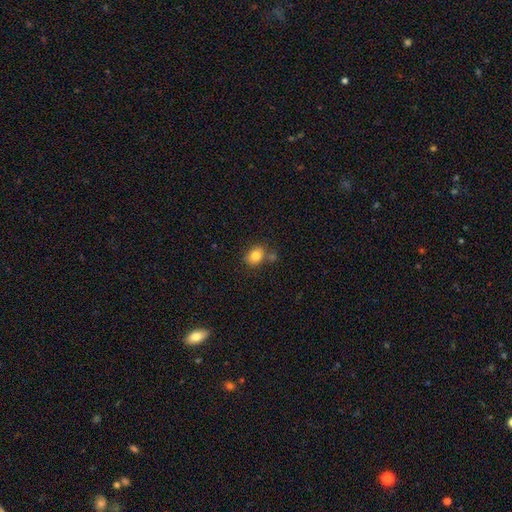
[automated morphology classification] Smooth or featured?
  - smooth: 82% *
  - star or artifact: 10%
  - featured or disk: 8%
How rounded?
  - round: 51% *
  - in between: 48%
  - cigar-shaped: 1%
Merging?
  - none: 68% *
  - minor disturbance: 15%
  - merger: 13%
  - major disturbance: 4%